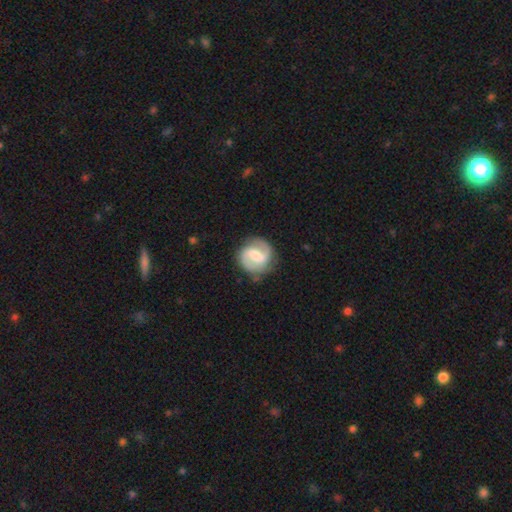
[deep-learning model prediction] This appears to be a featured or disk galaxy (83%) with a weak bar (53%), 2 (92%) medium (54%) spiral arms (96%) and a moderate central bulge (46%). Merging: none (82%).